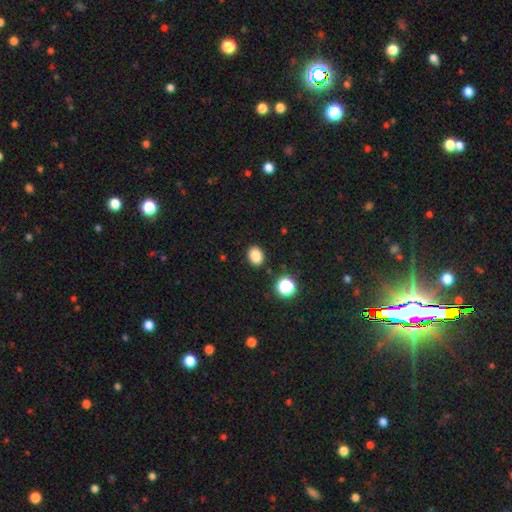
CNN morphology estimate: smooth 84%, star or artifact 12%, featured or disk 4%. Down the decision tree: how rounded — in between (54%); merging — none (88%).